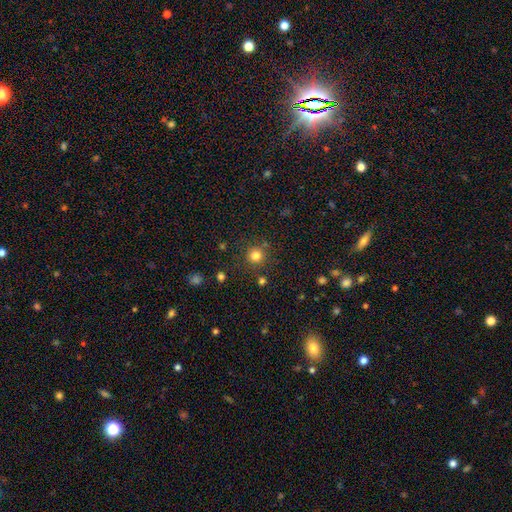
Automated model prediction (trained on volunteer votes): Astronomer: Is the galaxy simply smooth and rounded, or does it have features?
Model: smooth — 80%.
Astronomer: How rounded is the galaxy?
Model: round — 94%.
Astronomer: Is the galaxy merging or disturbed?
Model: none — 84%.